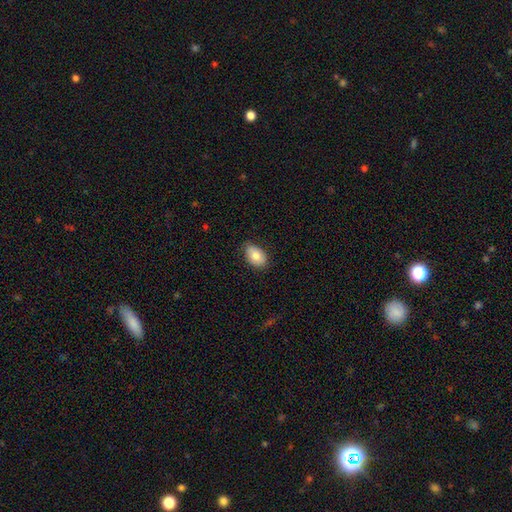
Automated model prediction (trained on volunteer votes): A smooth galaxy with no disk features (80%) that is in between round and cigar-shaped (89%).

Vote fractions:
- Smooth or featured? smooth: 80% / featured or disk: 14% / star or artifact: 7%
- How rounded? in between: 89% / round: 10% / cigar-shaped: 1%
- Merging? none: 80% / minor disturbance: 16% / major disturbance: 3% / merger: 1%